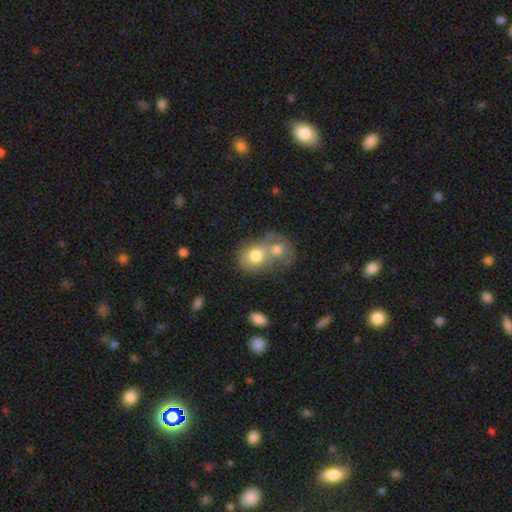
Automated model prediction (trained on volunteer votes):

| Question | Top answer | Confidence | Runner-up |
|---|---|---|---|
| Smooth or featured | smooth | 69% | featured or disk (24%) |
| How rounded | round | 53% | in between (46%) |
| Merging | merger | 72% | none (16%) |